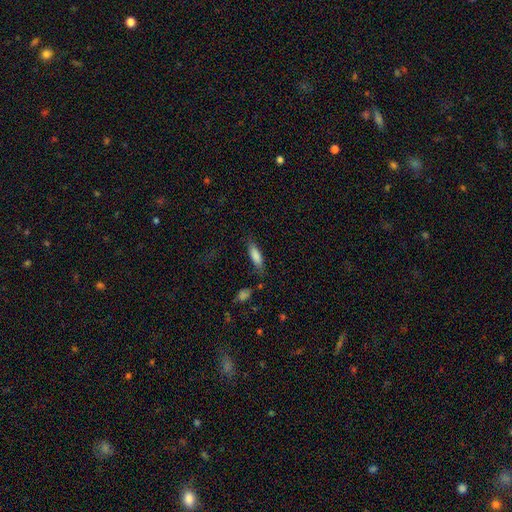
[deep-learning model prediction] This appears to be a smooth galaxy with no disk features (82%) that is in between round and cigar-shaped (51%). Merging: none (71%).